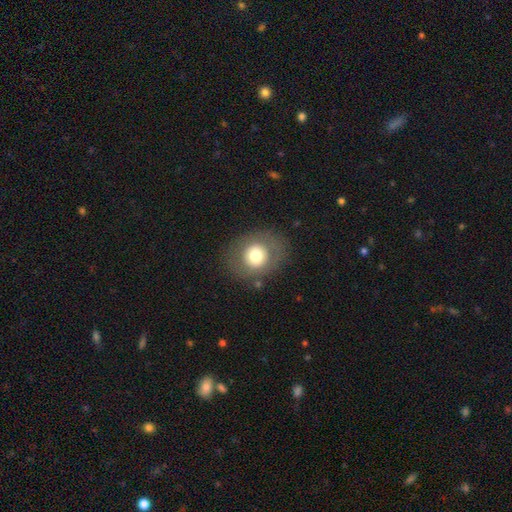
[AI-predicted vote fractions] A smooth galaxy with no disk features (68%) that is round (76%). Merging: none (82%).